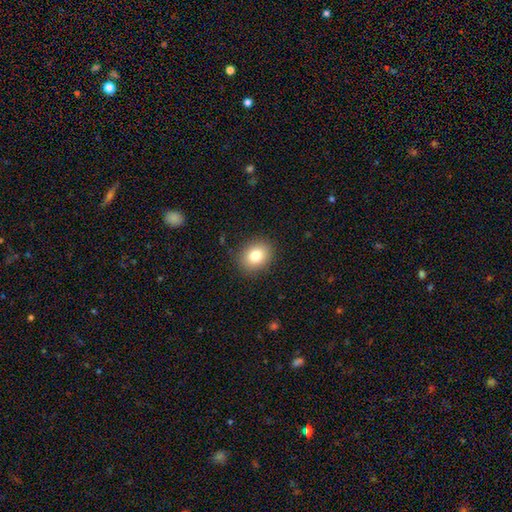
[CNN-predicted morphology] This appears to be a smooth galaxy with no disk features (81%) that is round (60%). Merging: none (88%).